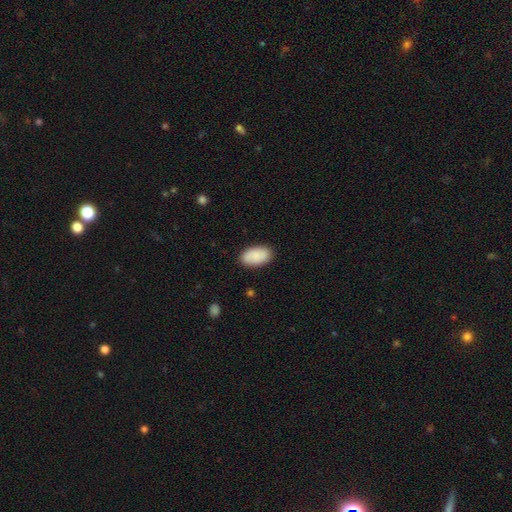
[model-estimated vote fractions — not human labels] Smooth or featured? Predicted: smooth (p=0.83). How rounded? Predicted: in between (p=0.94). Merging? Predicted: none (p=0.86).